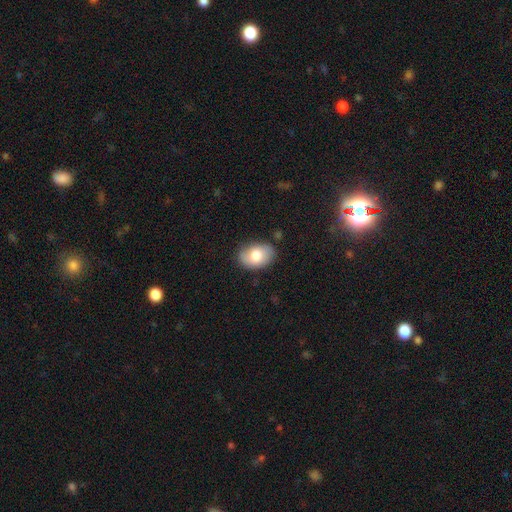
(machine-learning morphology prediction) A smooth galaxy with no disk features (77%) that is in between round and cigar-shaped (85%).

Vote fractions:
- Smooth or featured? smooth: 77% / featured or disk: 16% / star or artifact: 7%
- How rounded? in between: 85% / round: 14% / cigar-shaped: 1%
- Merging? none: 77% / minor disturbance: 17% / major disturbance: 3% / merger: 2%